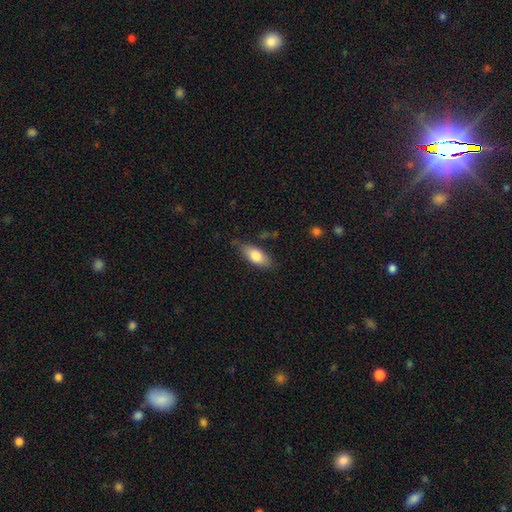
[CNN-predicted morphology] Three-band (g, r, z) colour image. It shows a smooth galaxy with no disk features (77%) that is in between round and cigar-shaped (82%). Merging: none (73%).